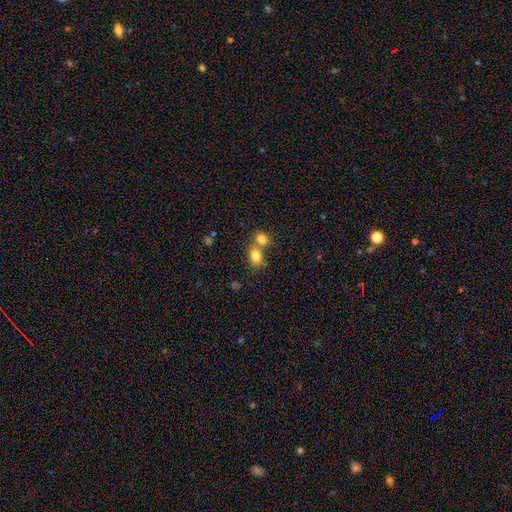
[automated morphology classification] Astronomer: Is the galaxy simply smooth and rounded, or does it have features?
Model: smooth — 81%.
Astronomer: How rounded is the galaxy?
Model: in between — 59% (runner-up: round, 40%).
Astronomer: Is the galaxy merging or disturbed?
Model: merger — 50% (runner-up: none, 40%).